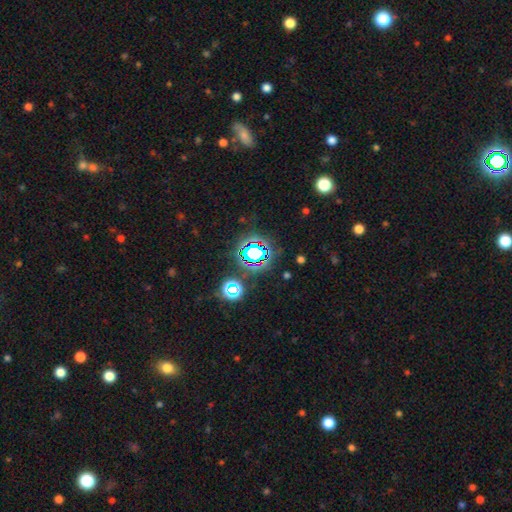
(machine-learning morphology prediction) A star or artifact, not a galaxy (71%).

Vote fractions:
- Smooth or featured? star or artifact: 71% / smooth: 19% / featured or disk: 11%